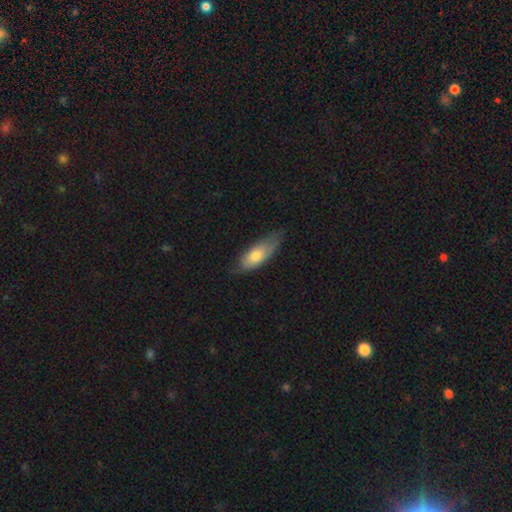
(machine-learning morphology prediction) smooth_or_featured: smooth (p=0.70) [alt: featured or disk p=0.24]
how_rounded: in between (p=0.69) [alt: cigar-shaped p=0.29]
merging: none (p=0.55) [alt: minor disturbance p=0.34]